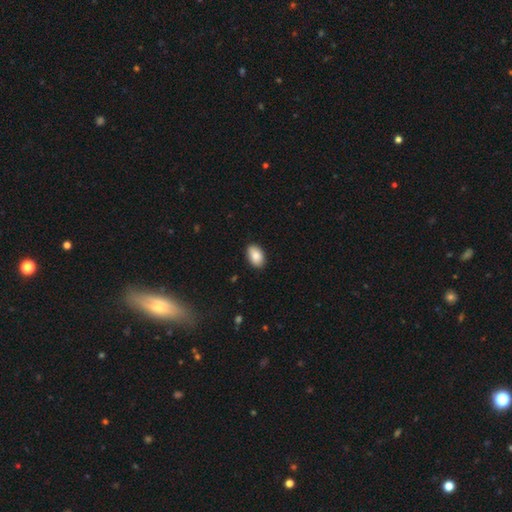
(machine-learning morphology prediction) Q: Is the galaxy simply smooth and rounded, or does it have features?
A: smooth — 86%.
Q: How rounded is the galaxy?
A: in between — 91%.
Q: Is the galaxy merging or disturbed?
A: none — 88%.